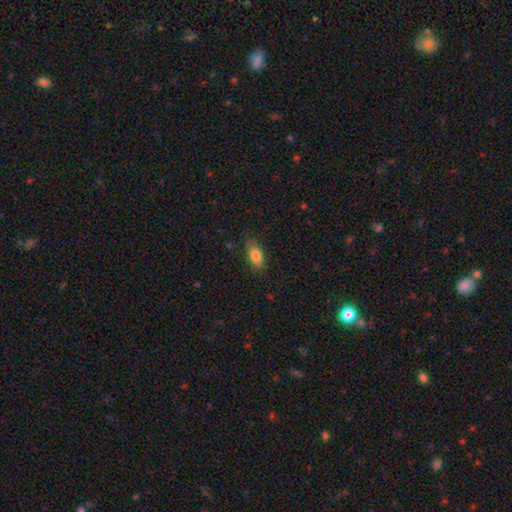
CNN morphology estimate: This appears to be a smooth galaxy with no disk features (82%) that is in between round and cigar-shaped (84%). Merging: none (82%).